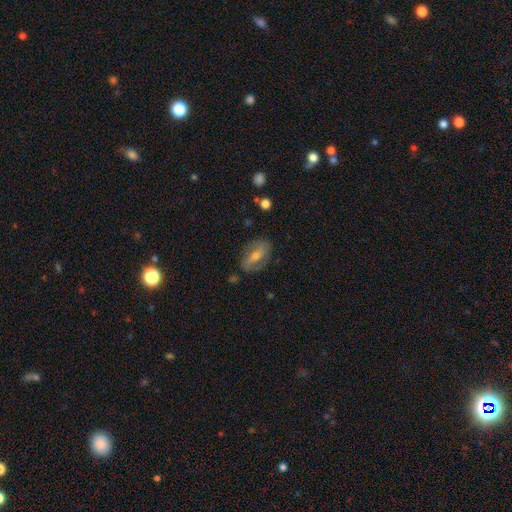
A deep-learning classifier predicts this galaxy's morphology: A featured or disk galaxy (58%) with a strong bar (40%), spiral arms (62%) and a moderate central bulge (53%).

Vote fractions:
- Smooth or featured? featured or disk: 58% / smooth: 33% / star or artifact: 9%
- Edge-on disk? no: 87% / yes: 13%
- Bar? strong: 40% / weak: 35% / no: 26%
- Spiral arms? yes: 62% / no: 38%
- Bulge size? moderate: 53% / small: 41% / large: 3% / none: 2% / dominant: 1%
- Merging? none: 78% / minor disturbance: 15% / major disturbance: 5% / merger: 2%